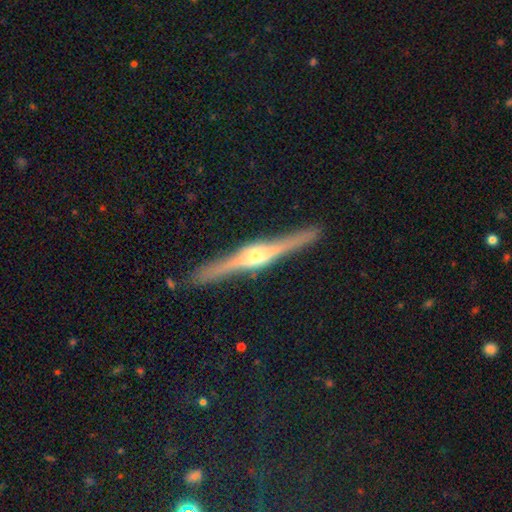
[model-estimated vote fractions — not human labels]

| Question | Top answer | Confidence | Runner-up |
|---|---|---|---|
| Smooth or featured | featured or disk | 86% | smooth (9%) |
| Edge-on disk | yes | 98% | no (2%) |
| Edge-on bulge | rounded | 87% | boxy (10%) |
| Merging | none | 91% | minor disturbance (7%) |